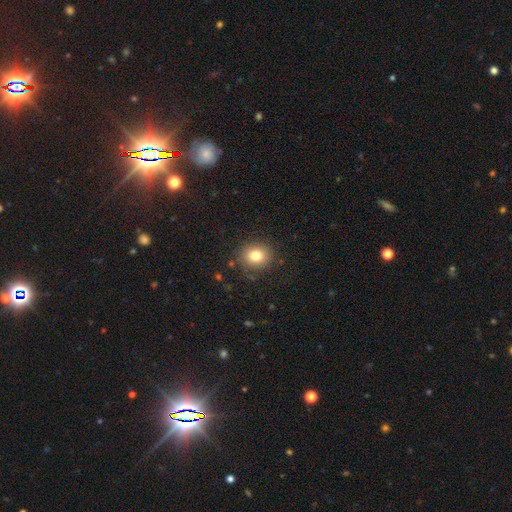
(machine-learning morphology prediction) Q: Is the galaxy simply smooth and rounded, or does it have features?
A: smooth — 80%.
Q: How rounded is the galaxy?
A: round — 72%.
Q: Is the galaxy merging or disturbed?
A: none — 86%.